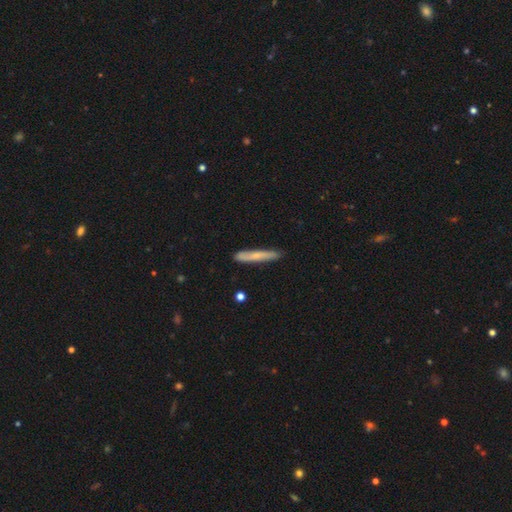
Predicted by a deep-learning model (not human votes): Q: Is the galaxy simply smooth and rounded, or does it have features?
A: smooth — 60%.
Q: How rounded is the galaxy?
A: cigar-shaped — 95%.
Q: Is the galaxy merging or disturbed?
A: none — 85%.